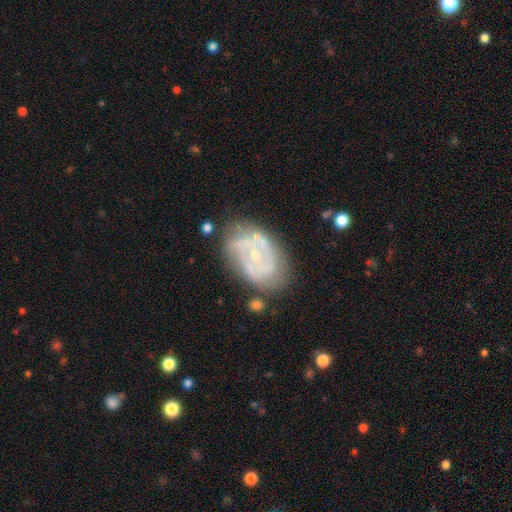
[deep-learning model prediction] This appears to be a featured or disk galaxy (82%) with no bar (62%), 2 (44%) tight (54%) spiral arms (89%) and a small central bulge (74%). Merging: none (65%).